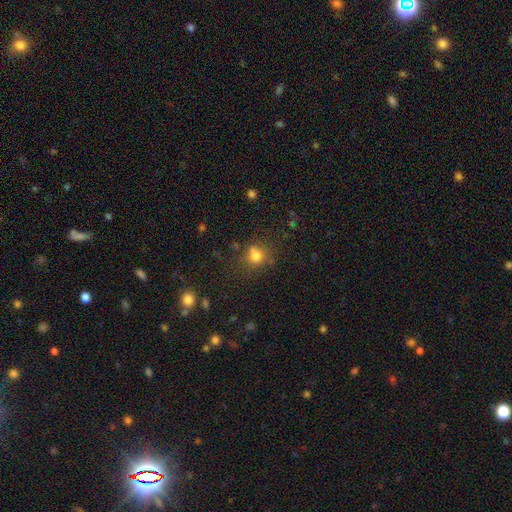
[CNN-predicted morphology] The model was most divided on "merging": none: 64%, minor disturbance: 17%, merger: 12%, major disturbance: 7%. More confident: how rounded — round (79%); smooth or featured — smooth (74%).